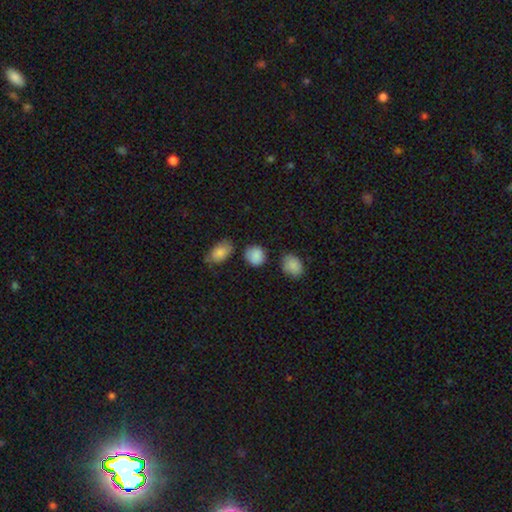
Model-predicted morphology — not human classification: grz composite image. It shows a smooth galaxy with no disk features (86%) that is round (73%). Merging: none (76%).